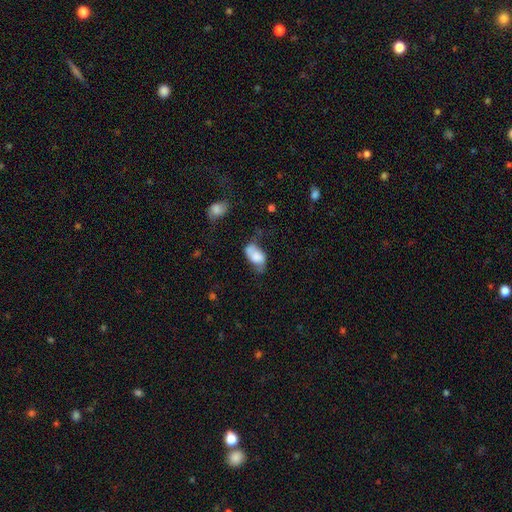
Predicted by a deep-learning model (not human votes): A smooth galaxy with no disk features (63%) that is in between round and cigar-shaped (91%).

Vote fractions:
- Smooth or featured? smooth: 63% / featured or disk: 29% / star or artifact: 8%
- How rounded? in between: 91% / round: 6% / cigar-shaped: 3%
- Merging? none: 36% / minor disturbance: 33% / major disturbance: 23% / merger: 8%